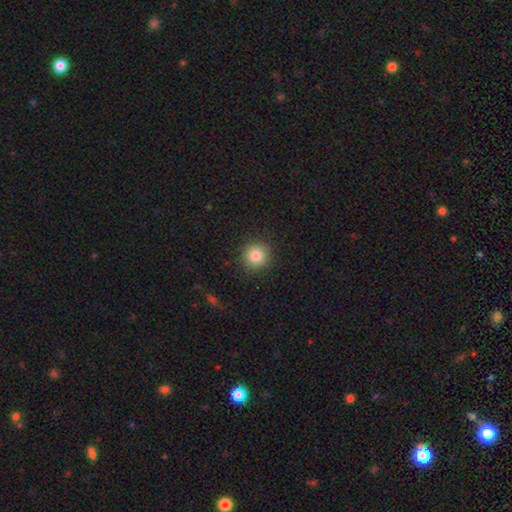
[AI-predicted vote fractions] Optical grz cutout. It shows a smooth galaxy with no disk features (83%) that is round (92%). Merging: none (90%).